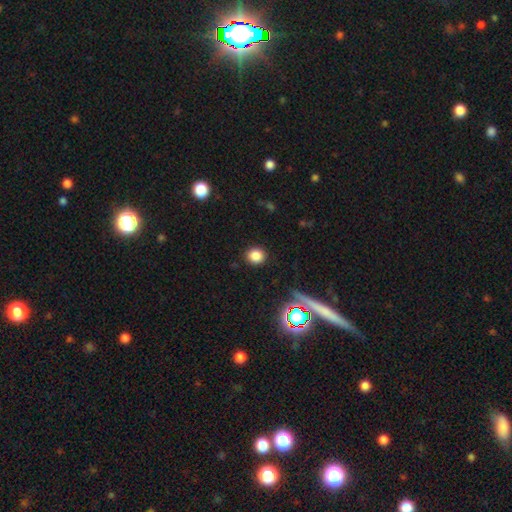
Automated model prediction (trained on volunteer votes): Morphology: type=smooth (81%); roundness=round (88%); merging=none (90%).